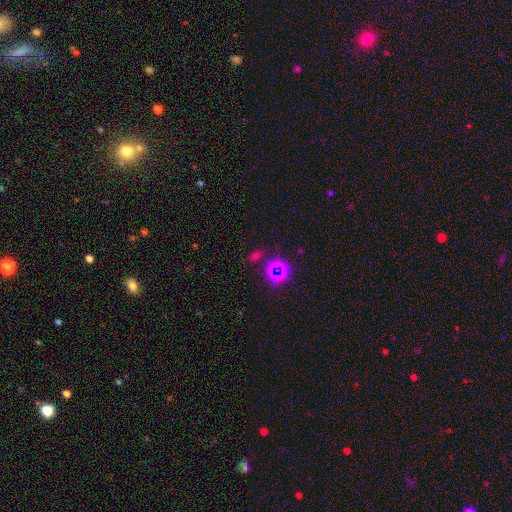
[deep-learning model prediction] Smooth or featured: star or artifact — 50% (smooth — 42%)